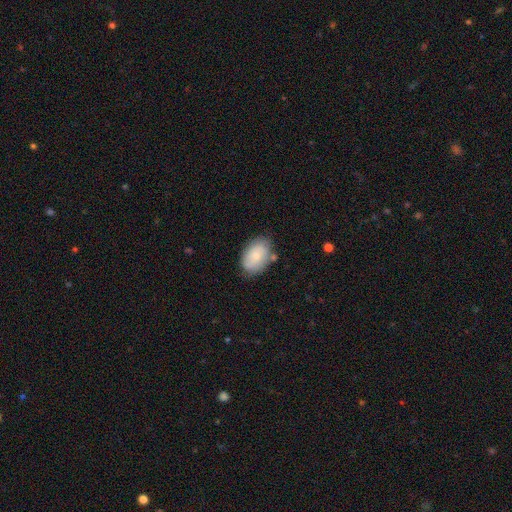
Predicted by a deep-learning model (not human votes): smooth 71%, featured or disk 22%, star or artifact 7%. Down the decision tree: how rounded — in between (88%); merging — none (72%).